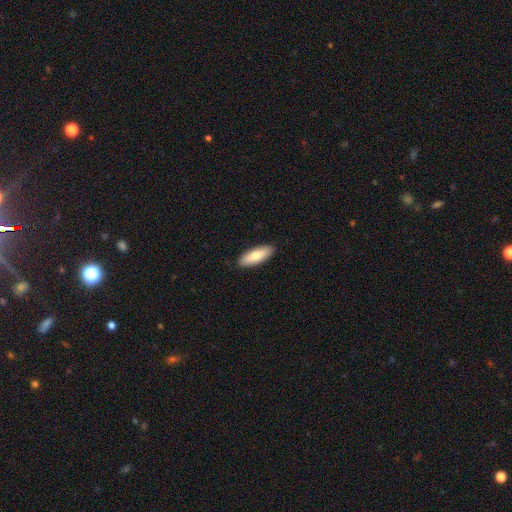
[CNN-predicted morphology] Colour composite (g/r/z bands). It shows a smooth galaxy with no disk features (76%) that is in between round and cigar-shaped (61%). Merging: none (90%).